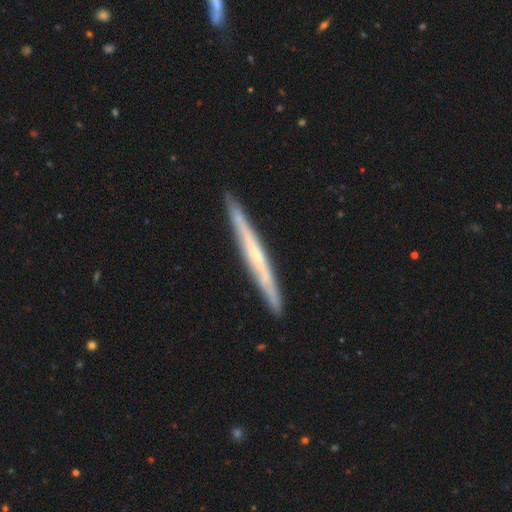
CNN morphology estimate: smooth_or_featured: featured or disk (p=0.69) [alt: smooth p=0.25]
disk_edge_on: yes (p=0.96) [alt: no p=0.04]
edge_on_bulge: none (p=0.58) [alt: rounded p=0.37]
merging: none (p=0.91) [alt: minor disturbance p=0.07]